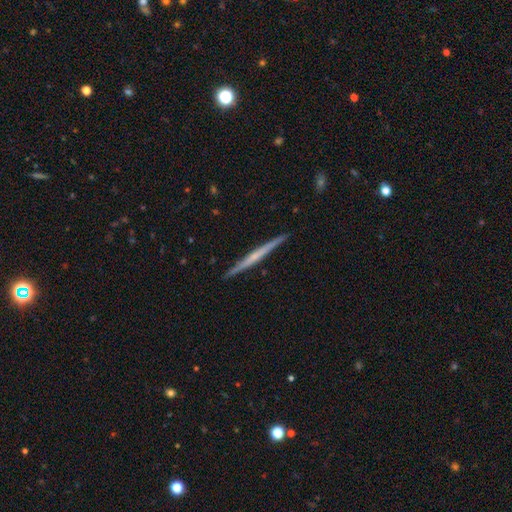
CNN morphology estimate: This is likely a featured or disk galaxy (64%). It is clearly viewed edge-on (98%). Edge-on bulge: likely none (63%). Merging: clearly none (92%).